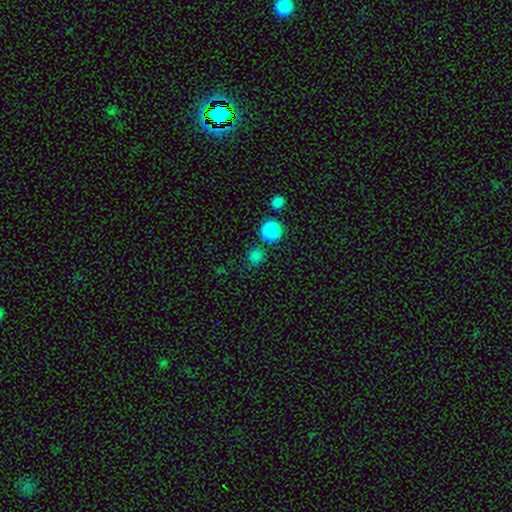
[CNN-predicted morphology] This is clearly a smooth galaxy (81%). How rounded: clearly round (87%). Merging: likely none (77%).